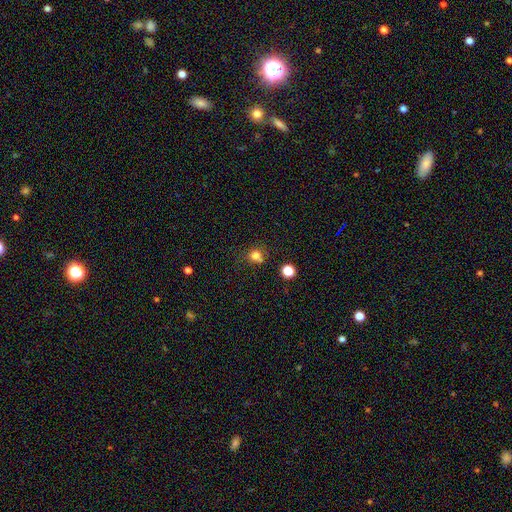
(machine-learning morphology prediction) Smooth or featured?
  - smooth: 77% *
  - star or artifact: 16%
  - featured or disk: 7%
How rounded?
  - round: 76% *
  - in between: 23%
  - cigar-shaped: 1%
Merging?
  - none: 60% *
  - minor disturbance: 17%
  - merger: 16%
  - major disturbance: 7%